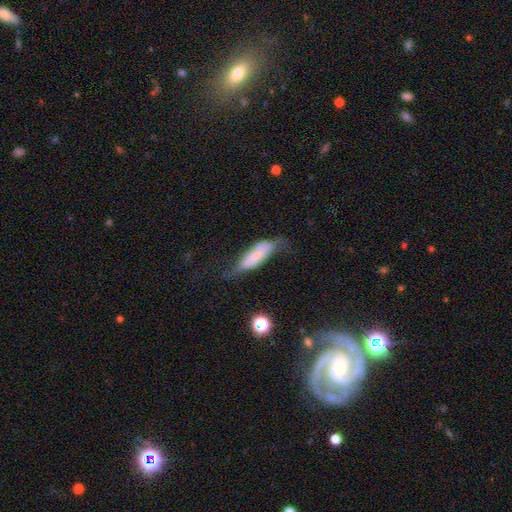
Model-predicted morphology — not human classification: Smooth or featured? smooth (53%)
How rounded? cigar-shaped (49%, tied with in between)
Merging? none (36%)